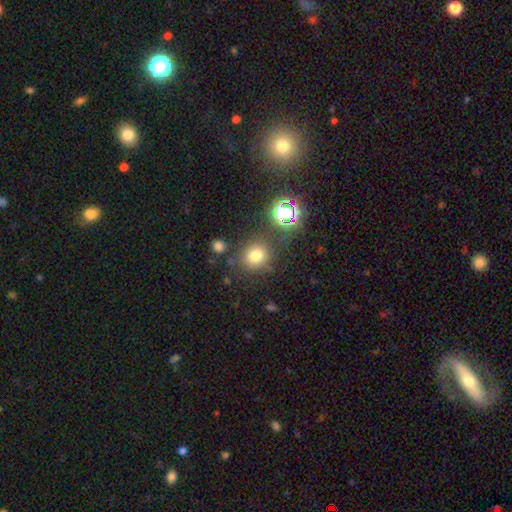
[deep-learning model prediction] Smooth or featured?
  - smooth: 73% *
  - star or artifact: 20%
  - featured or disk: 7%
How rounded?
  - round: 82% *
  - in between: 17%
  - cigar-shaped: 1%
Merging?
  - none: 77% *
  - minor disturbance: 11%
  - merger: 7%
  - major disturbance: 5%